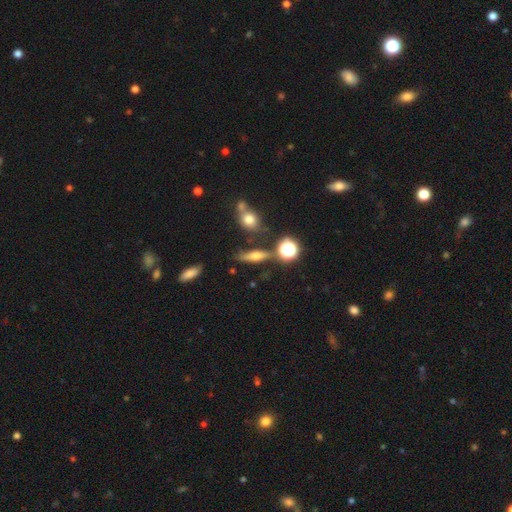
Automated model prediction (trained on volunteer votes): A smooth galaxy with no disk features (48%).

Vote fractions:
- Smooth or featured? smooth: 48% / featured or disk: 36% / star or artifact: 16%
- Merging? none: 73% / minor disturbance: 14% / merger: 9% / major disturbance: 5%